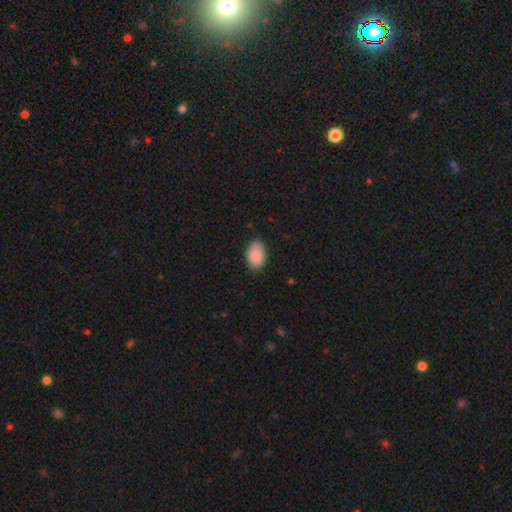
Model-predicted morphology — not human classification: The model was most divided on "merging": none: 81%, minor disturbance: 16%, major disturbance: 2%, merger: 1%. More confident: how rounded — in between (88%); smooth or featured — smooth (88%).